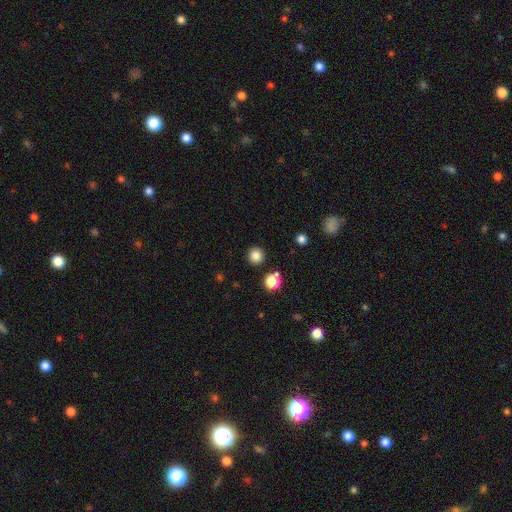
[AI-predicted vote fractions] A smooth galaxy with no disk features (83%) that is round (94%). Merging: none (90%).